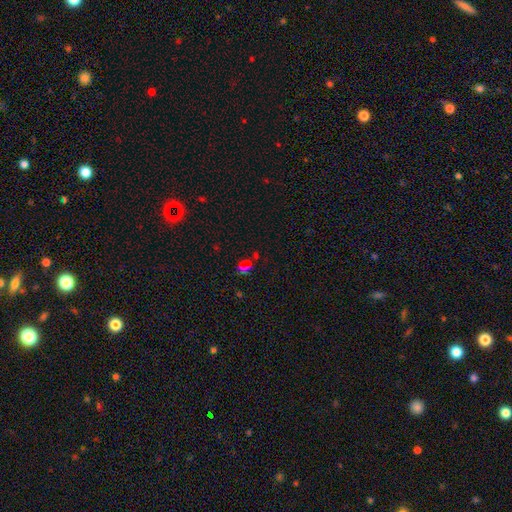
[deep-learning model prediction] Smooth or featured: star or artifact — 53% (smooth — 36%)